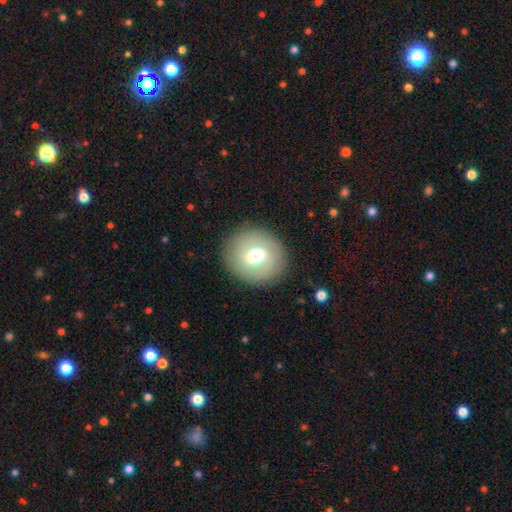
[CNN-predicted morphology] Overall: smooth (60%; featured or disk 32%). How rounded: round (85%). Merging: none (88%).